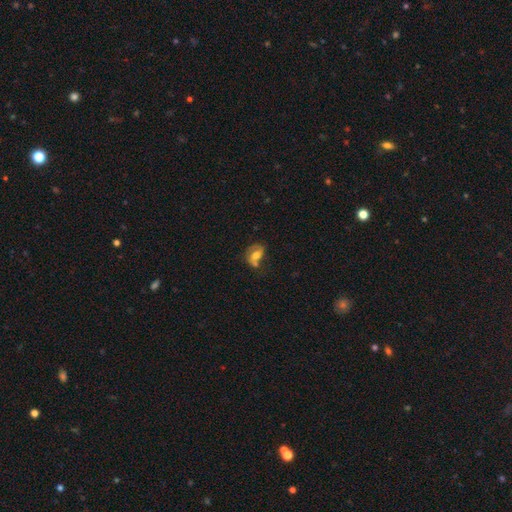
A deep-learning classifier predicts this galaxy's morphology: Smooth or featured?
  - smooth: 50% *
  - featured or disk: 40%
  - star or artifact: 10%
Merging?
  - none: 34% *
  - merger: 26%
  - minor disturbance: 23%
  - major disturbance: 17%